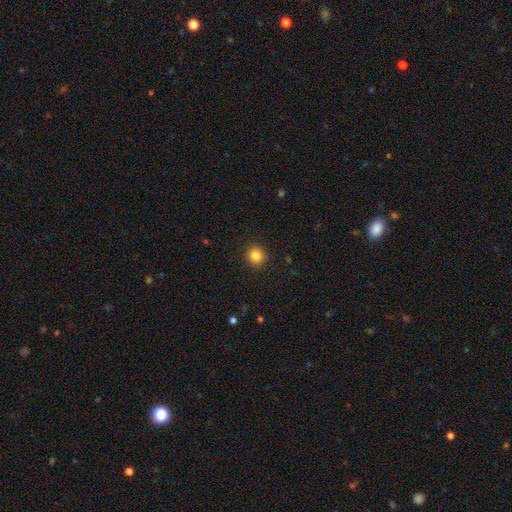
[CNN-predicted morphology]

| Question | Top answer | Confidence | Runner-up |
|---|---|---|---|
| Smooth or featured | smooth | 85% | star or artifact (11%) |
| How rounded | round | 91% | in between (8%) |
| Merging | none | 92% | minor disturbance (5%) |